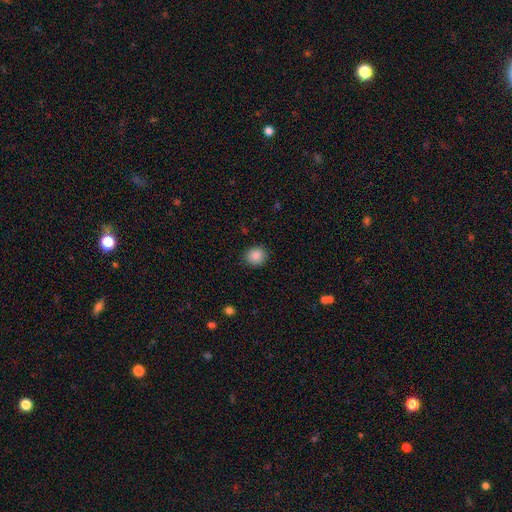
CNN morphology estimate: Q: Smooth or featured?
A: smooth (88%); runner-up: star or artifact (9%)
Q: How rounded?
A: round (84%); runner-up: in between (15%)
Q: Merging?
A: none (88%); runner-up: minor disturbance (8%)